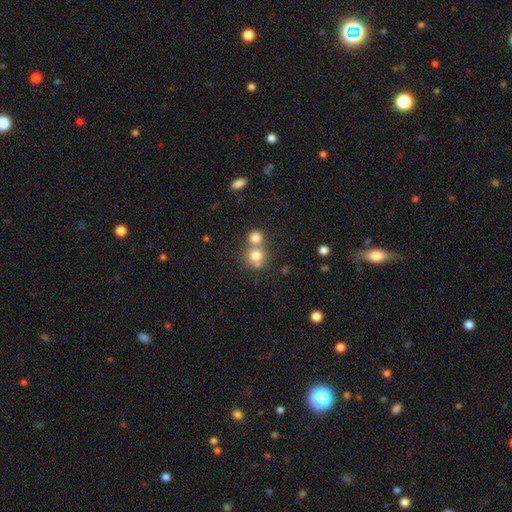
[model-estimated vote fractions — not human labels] smooth-or-featured: smooth: 77% | star or artifact: 12% | featured or disk: 11%
  how-rounded: round: 83% | in between: 16% | cigar-shaped: 1%
  merging: none: 45% | merger: 44% | minor disturbance: 8% | major disturbance: 3%